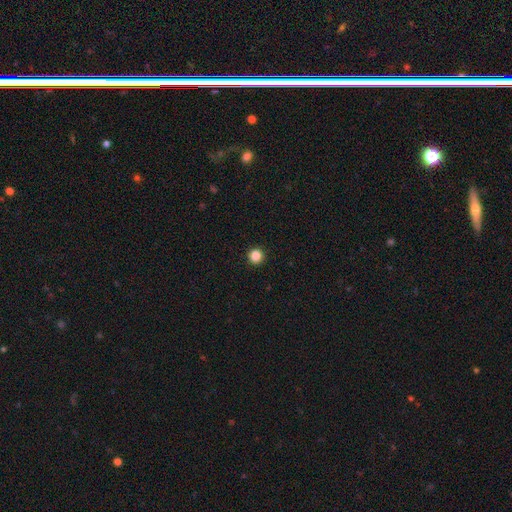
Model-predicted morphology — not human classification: Smooth or featured?
  - smooth: 86% *
  - star or artifact: 11%
  - featured or disk: 3%
How rounded?
  - round: 96% *
  - in between: 3%
  - cigar-shaped: 1%
Merging?
  - none: 94% *
  - minor disturbance: 4%
  - major disturbance: 1%
  - merger: 1%